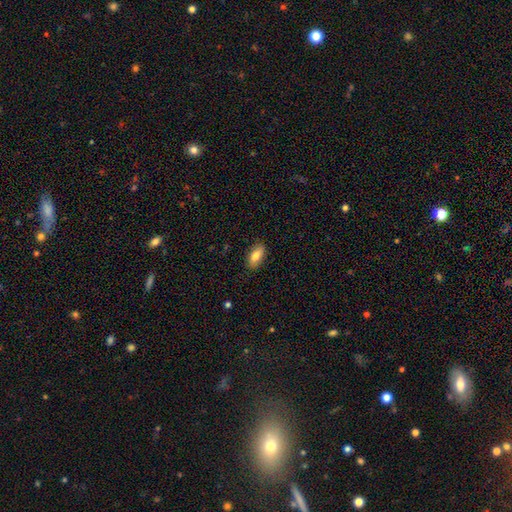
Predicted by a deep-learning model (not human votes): Q: Smooth or featured?
A: smooth (78%); runner-up: featured or disk (16%)
Q: How rounded?
A: in between (87%); runner-up: cigar-shaped (9%)
Q: Merging?
A: none (86%); runner-up: minor disturbance (11%)